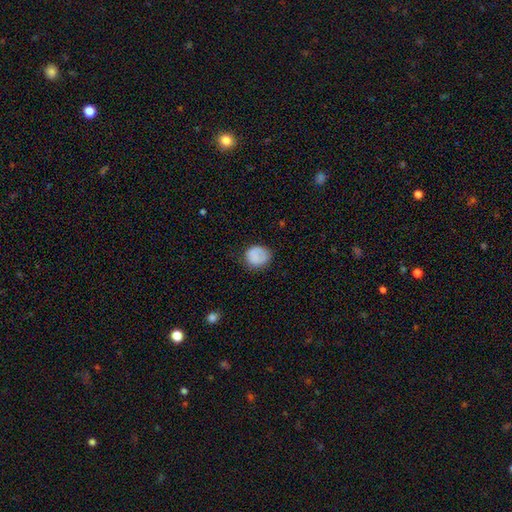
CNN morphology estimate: A smooth galaxy with no disk features (82%) that is round (82%). Merging: none (74%).